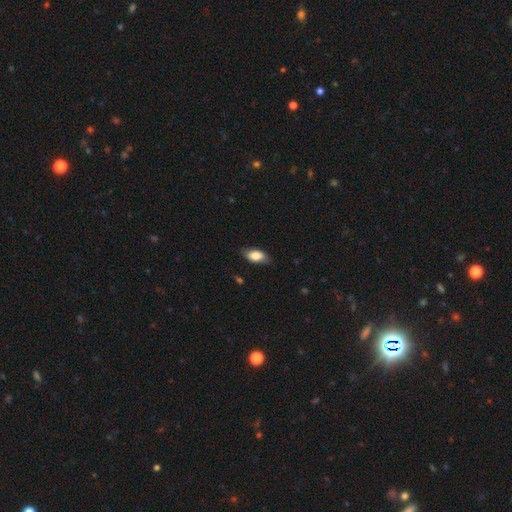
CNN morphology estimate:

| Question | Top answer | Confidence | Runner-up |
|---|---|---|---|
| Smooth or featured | smooth | 79% | featured or disk (14%) |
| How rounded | in between | 88% | cigar-shaped (7%) |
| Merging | none | 75% | minor disturbance (20%) |